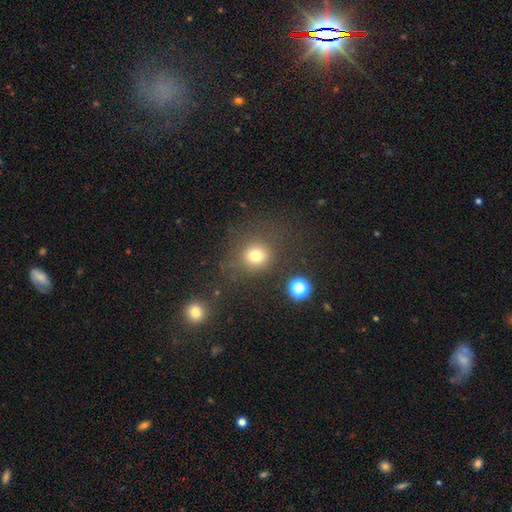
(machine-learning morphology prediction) This is likely a smooth galaxy (75%). How rounded: clearly round (85%). Merging: likely none (78%).